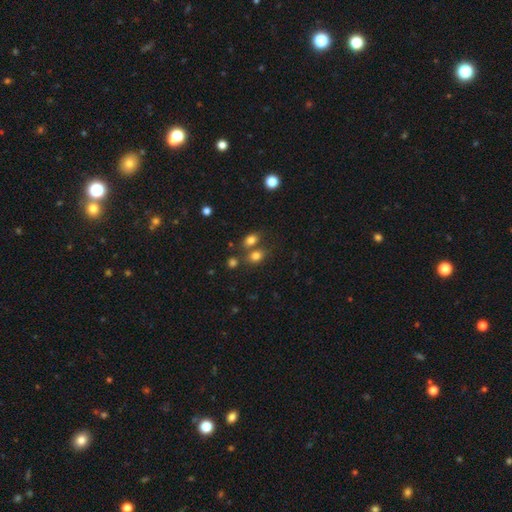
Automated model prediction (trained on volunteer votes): Morphology: type=smooth (77%); roundness=in between (65%); merging=none (53%).